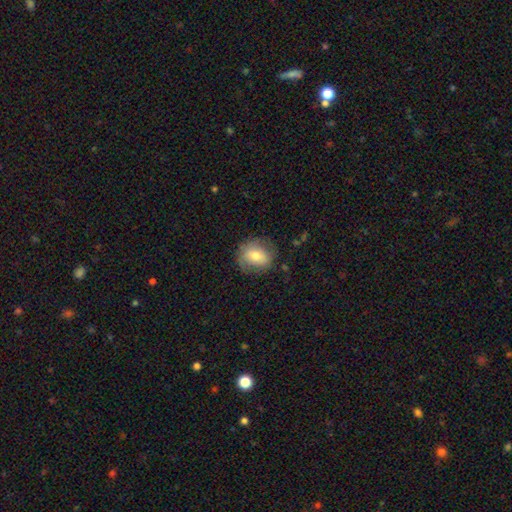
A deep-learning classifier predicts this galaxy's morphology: smooth 69%, featured or disk 23%, star or artifact 8%. Down the decision tree: how rounded — round (62%); merging — none (71%).